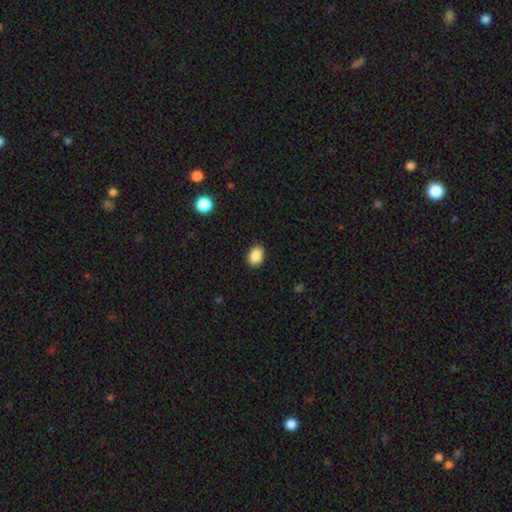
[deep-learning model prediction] Overall: smooth (87%). How rounded: in between (71%). Merging: none (90%).